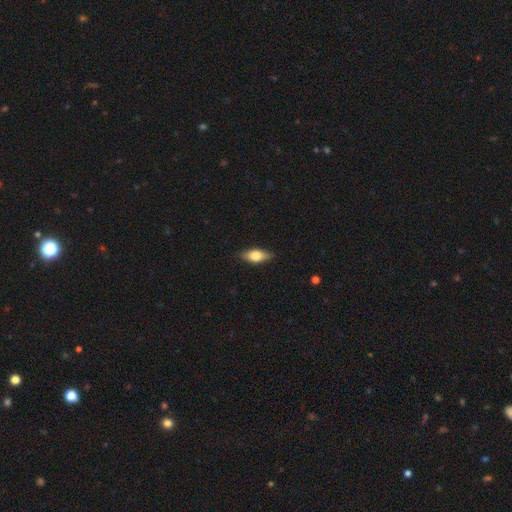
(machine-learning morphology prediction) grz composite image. It shows a smooth galaxy with no disk features (64%) that is in between round and cigar-shaped (78%). Merging: none (85%).